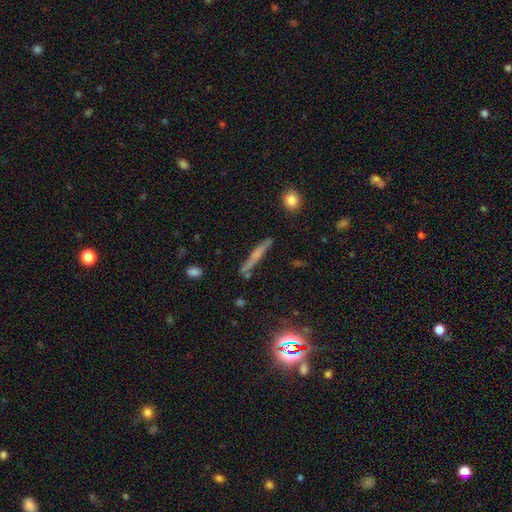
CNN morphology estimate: This is marginally a smooth galaxy (44%). Merging: likely none (79%).